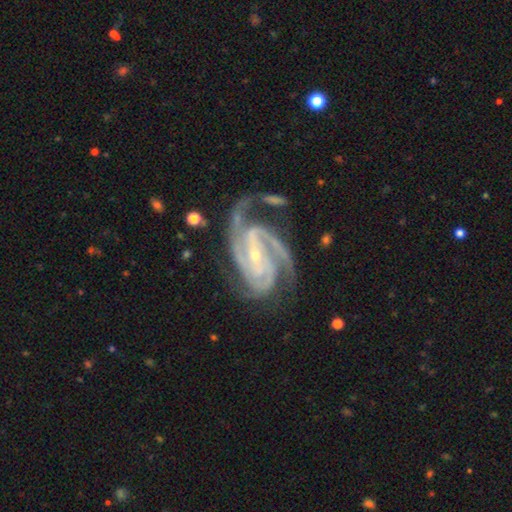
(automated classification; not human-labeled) The model was most divided on "bar": strong: 42%, weak: 32%, no: 27%. More confident: spiral arms — yes (99%); edge-on disk — no (98%); smooth or featured — featured or disk (94%); bulge size — small (77%); merging — none (62%); spiral winding — tight (56%); spiral arm count — 3 (52%).